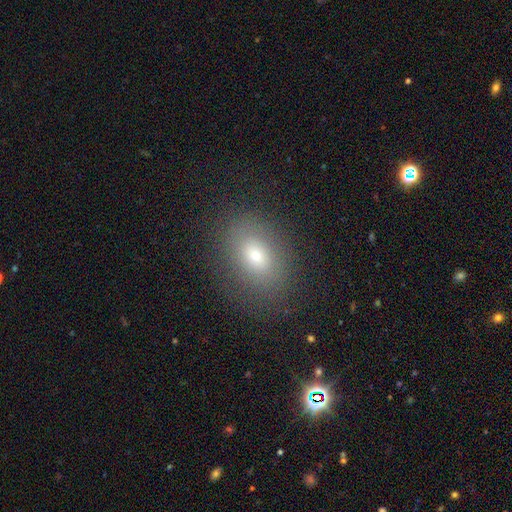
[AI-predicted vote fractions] Smooth or featured? smooth (67%)
How rounded? in between (73%)
Merging? none (81%)